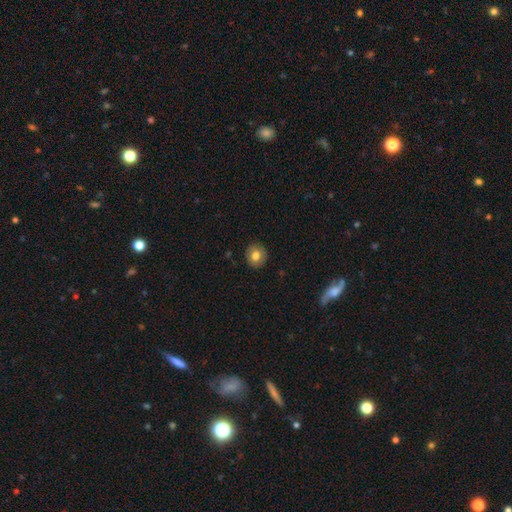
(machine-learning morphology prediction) Overall: smooth (78%). How rounded: round (87%). Merging: none (90%).